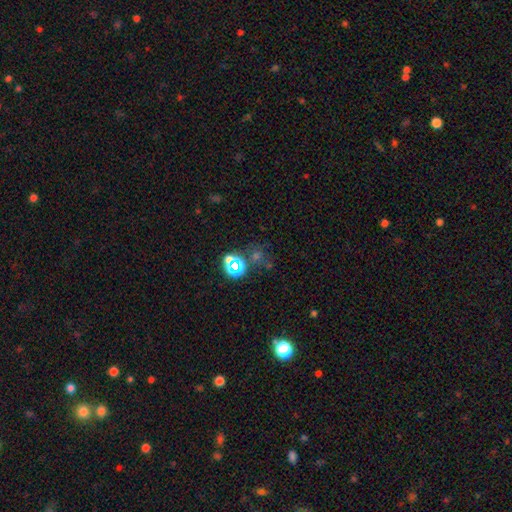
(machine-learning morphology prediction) Smooth or featured: star or artifact — 53% (smooth — 37%)